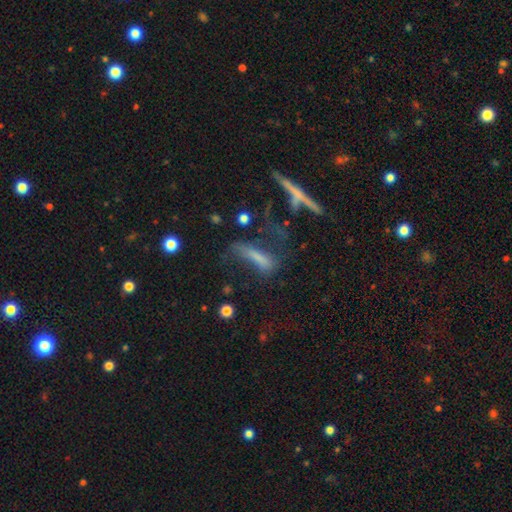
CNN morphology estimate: Smooth or featured? Predicted: smooth (p=0.45). Merging? Predicted: major disturbance (p=0.36).